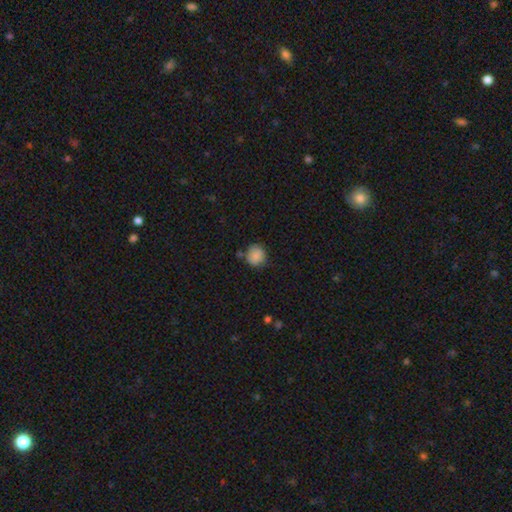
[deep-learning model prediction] Smooth or featured?
  - smooth: 84% *
  - featured or disk: 8%
  - star or artifact: 8%
How rounded?
  - round: 81% *
  - in between: 18%
  - cigar-shaped: 1%
Merging?
  - none: 69% *
  - minor disturbance: 20%
  - merger: 7%
  - major disturbance: 4%